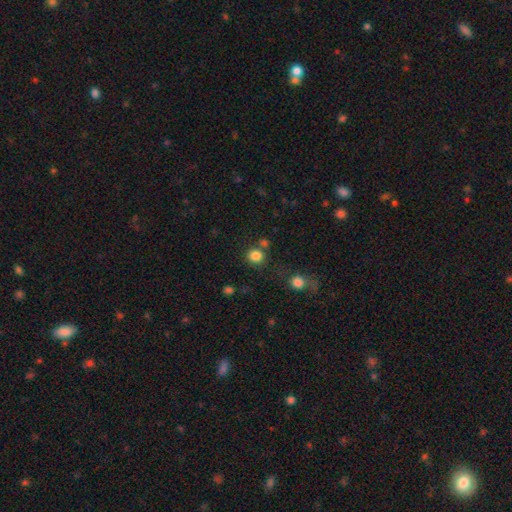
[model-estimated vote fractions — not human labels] Smooth or featured? Predicted: smooth (p=0.83). How rounded? Predicted: round (p=0.85). Merging? Predicted: none (p=0.73).